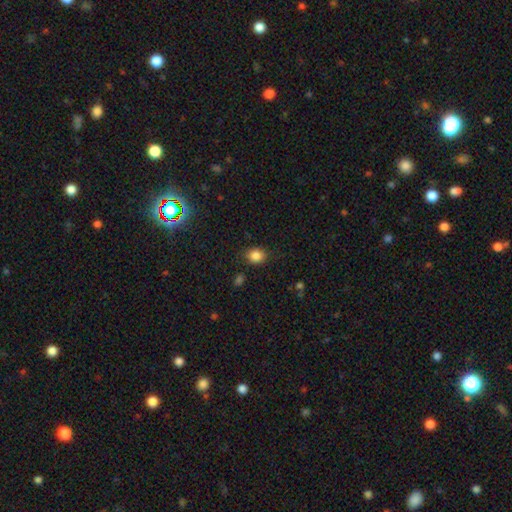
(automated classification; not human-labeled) Morphology: type=smooth (85%); roundness=round (59%); merging=none (81%).